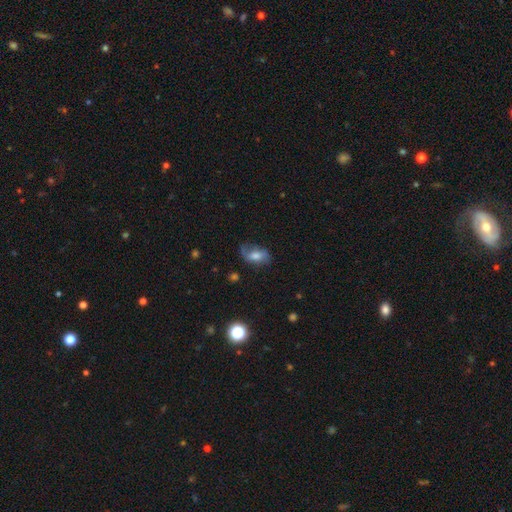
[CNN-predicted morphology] This appears to be a smooth galaxy with no disk features (48%). Merging: none (55%).